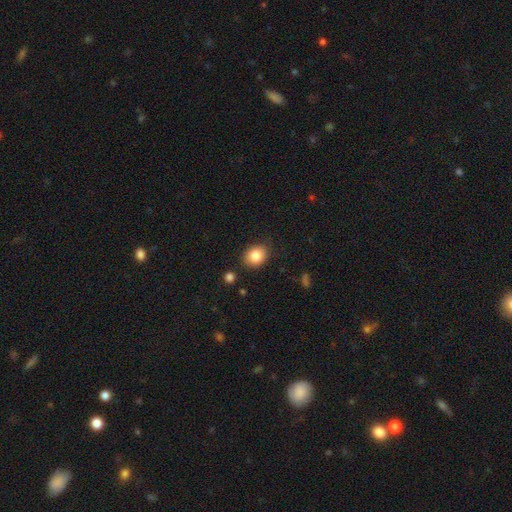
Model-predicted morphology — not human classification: Q: Smooth or featured?
A: smooth (84%); runner-up: star or artifact (9%)
Q: How rounded?
A: round (54%); runner-up: in between (45%)
Q: Merging?
A: none (83%); runner-up: minor disturbance (12%)